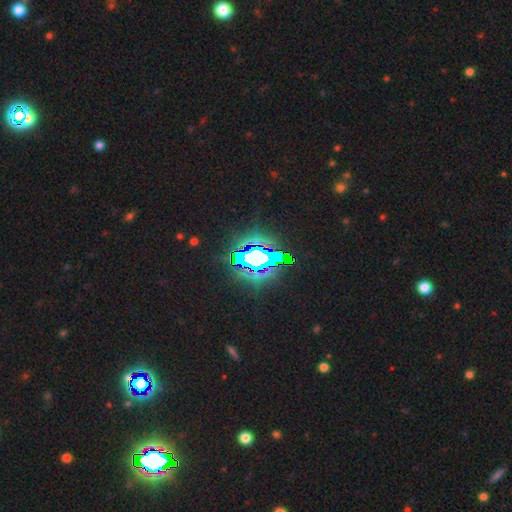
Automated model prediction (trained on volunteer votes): smooth_or_featured: star or artifact (p=0.83) [alt: smooth p=0.10]